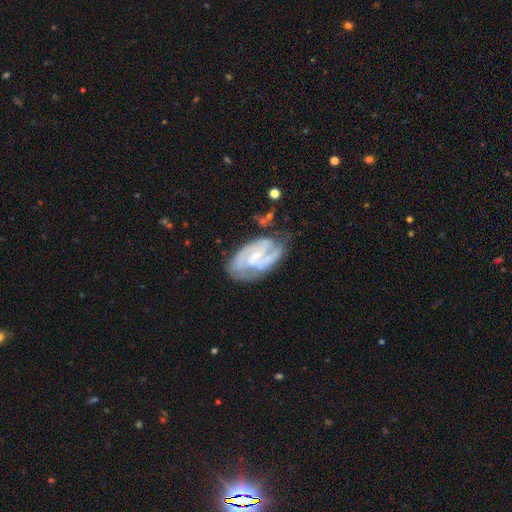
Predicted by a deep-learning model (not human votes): smooth_or_featured: featured or disk (p=0.87) [alt: smooth p=0.08]
disk_edge_on: no (p=0.97) [alt: yes p=0.03]
bar: no (p=0.42) [alt: weak p=0.41]
has_spiral_arms: yes (p=0.95) [alt: no p=0.05]
spiral_winding: medium (p=0.45) [alt: tight p=0.43]
spiral_arm_count: 2 (p=0.50) [alt: 3 p=0.23]
bulge_size: small (p=0.70) [alt: moderate p=0.26]
merging: none (p=0.62) [alt: minor disturbance p=0.24]